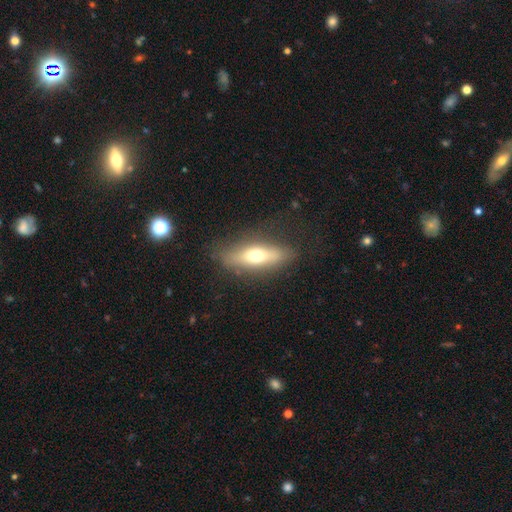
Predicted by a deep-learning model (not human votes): Smooth or featured?
  - smooth: 55% *
  - featured or disk: 38%
  - star or artifact: 7%
How rounded?
  - cigar-shaped: 53% *
  - in between: 44%
  - round: 3%
Merging?
  - none: 79% *
  - minor disturbance: 14%
  - major disturbance: 5%
  - merger: 2%